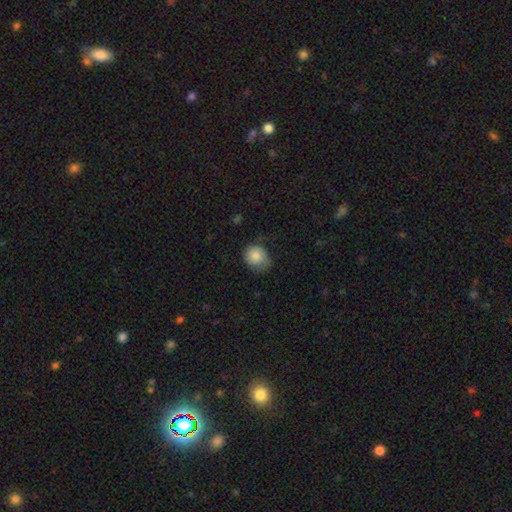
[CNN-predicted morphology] Smooth or featured? smooth (79%)
How rounded? round (77%)
Merging? none (52%)